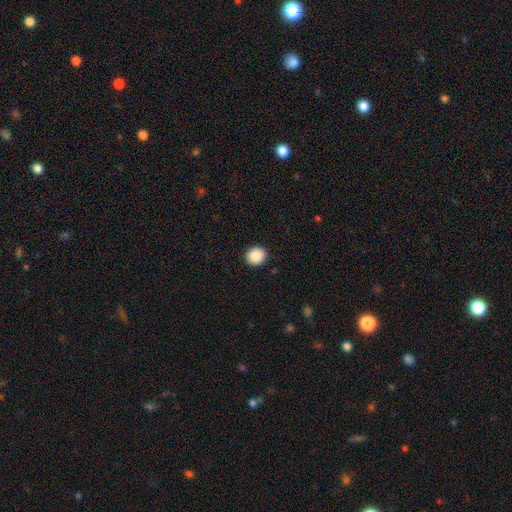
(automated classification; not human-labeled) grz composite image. It shows a smooth galaxy with no disk features (89%) that is round (84%). Merging: none (91%).